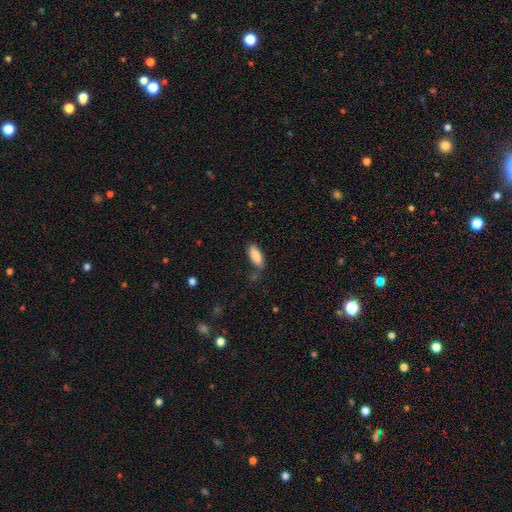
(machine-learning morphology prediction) Overall: smooth (87%). How rounded: in between (79%). Merging: none (78%).